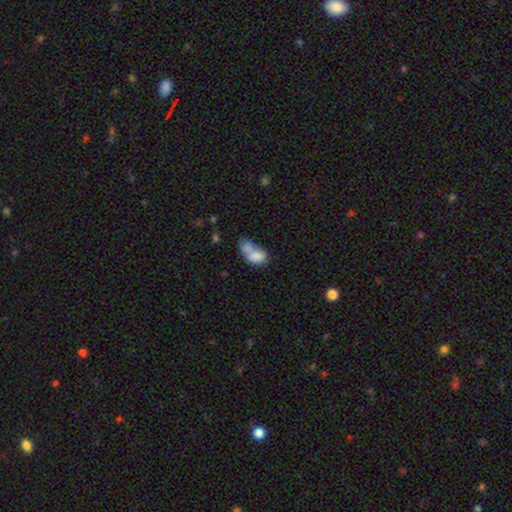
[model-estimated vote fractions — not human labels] A smooth galaxy with no disk features (74%) that is in between round and cigar-shaped (84%). Merging: merger (60%).